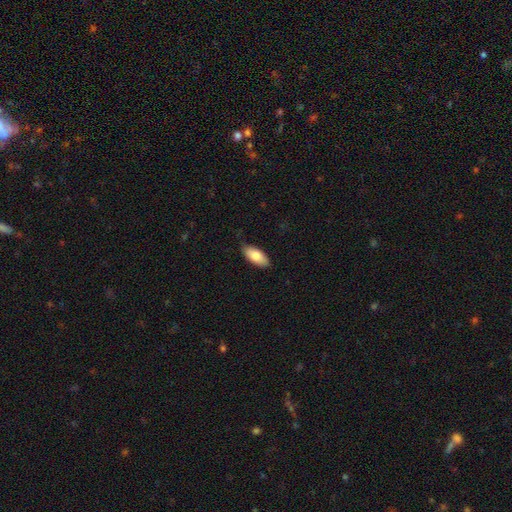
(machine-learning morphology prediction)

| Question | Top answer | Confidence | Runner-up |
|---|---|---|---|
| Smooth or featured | smooth | 81% | featured or disk (13%) |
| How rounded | in between | 88% | cigar-shaped (10%) |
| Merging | none | 81% | minor disturbance (15%) |